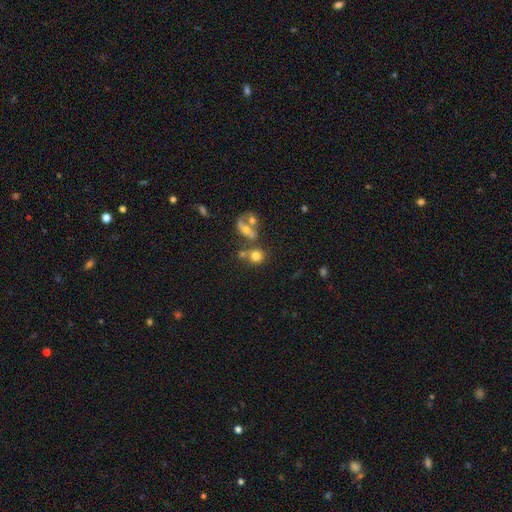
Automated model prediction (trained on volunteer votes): Q: Smooth or featured?
A: smooth (74%); runner-up: featured or disk (14%)
Q: How rounded?
A: round (77%); runner-up: in between (21%)
Q: Merging?
A: none (46%); runner-up: merger (35%)